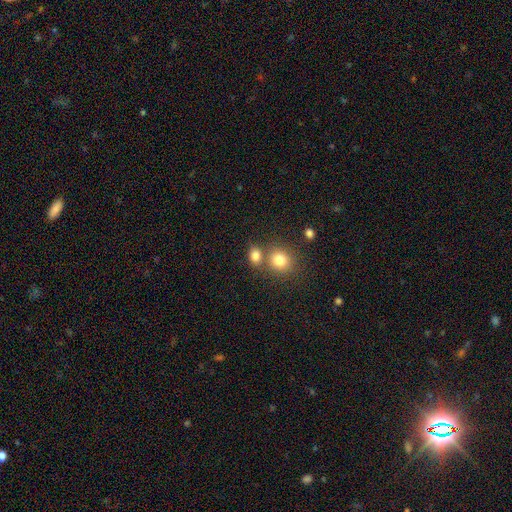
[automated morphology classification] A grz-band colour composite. It shows a smooth galaxy with no disk features (80%) that is round (54%). Merging: none (54%).